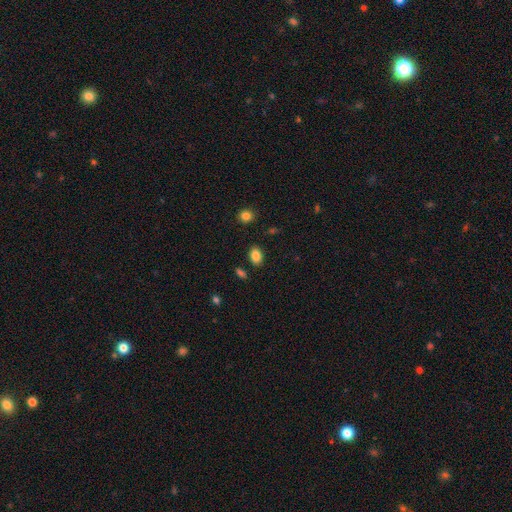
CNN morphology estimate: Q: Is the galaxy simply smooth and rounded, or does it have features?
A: smooth — 85%.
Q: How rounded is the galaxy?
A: in between — 82%.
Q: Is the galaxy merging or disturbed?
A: none — 85%.